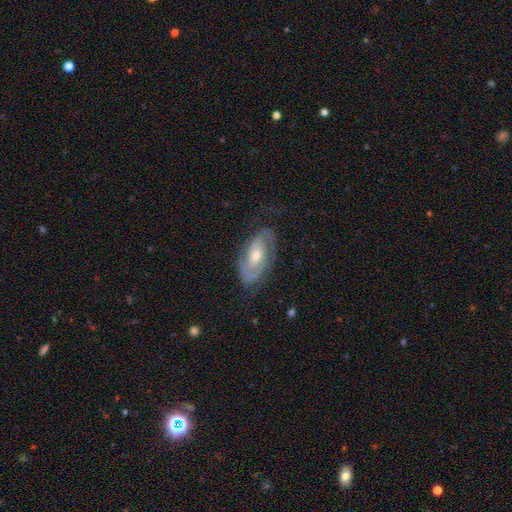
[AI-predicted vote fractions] This is clearly a featured or disk galaxy (86%). It is clearly not viewed edge-on (96%). Bar: possibly no (57%). Spiral arm pattern: clearly yes (96%). Spiral arm count: clearly 2 (83%). Spiral winding: possibly tight (54%). Central bulge: possibly moderate (55%). Merging: likely none (73%).